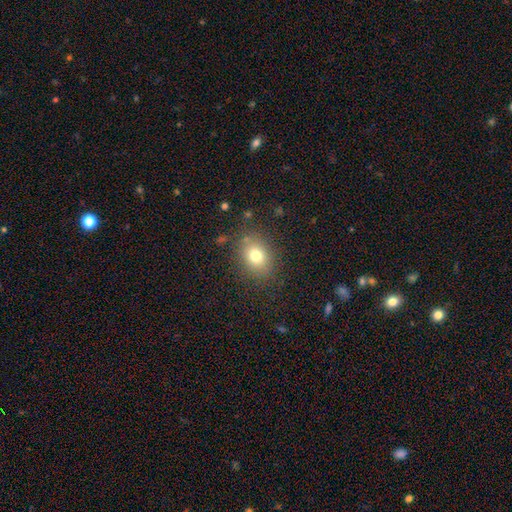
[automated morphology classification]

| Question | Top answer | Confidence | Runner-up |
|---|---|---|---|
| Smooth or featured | smooth | 76% | star or artifact (13%) |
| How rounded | in between | 50% | round (49%) |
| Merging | none | 83% | minor disturbance (11%) |